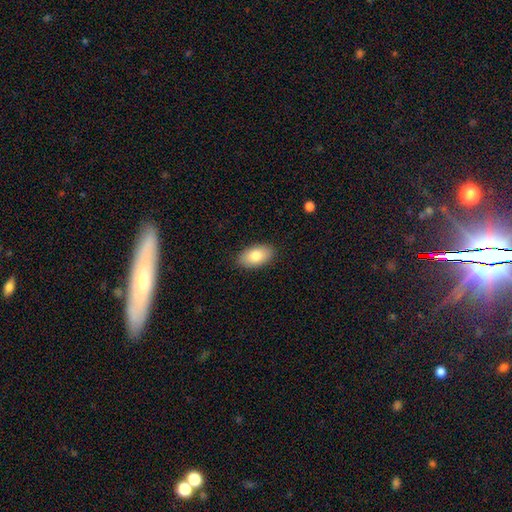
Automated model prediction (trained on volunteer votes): A smooth galaxy with no disk features (81%) that is in between round and cigar-shaped (94%). Merging: none (88%).